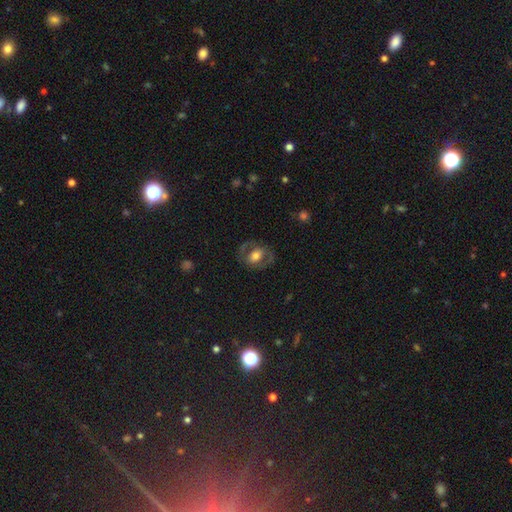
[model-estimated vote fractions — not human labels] This appears to be a featured or disk galaxy (51%). Merging: none (72%).